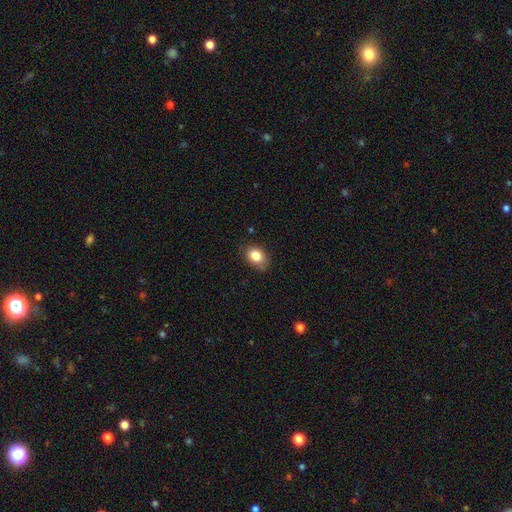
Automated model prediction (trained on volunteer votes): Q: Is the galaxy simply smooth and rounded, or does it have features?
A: smooth — 83%.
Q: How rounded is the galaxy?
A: in between — 68%.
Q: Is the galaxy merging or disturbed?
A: none — 76%.